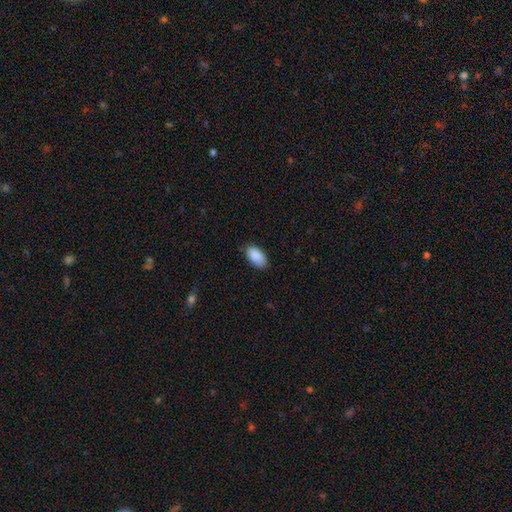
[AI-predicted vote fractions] smooth 90%, star or artifact 7%, featured or disk 3%. Down the decision tree: how rounded — in between (95%); merging — none (81%).